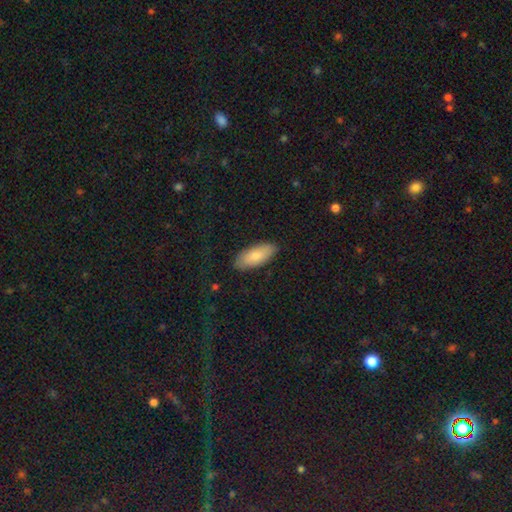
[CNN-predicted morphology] smooth-or-featured: smooth: 81% | featured or disk: 14% | star or artifact: 6%
  how-rounded: in between: 85% | cigar-shaped: 13% | round: 2%
  merging: none: 86% | minor disturbance: 11% | major disturbance: 2% | merger: 1%